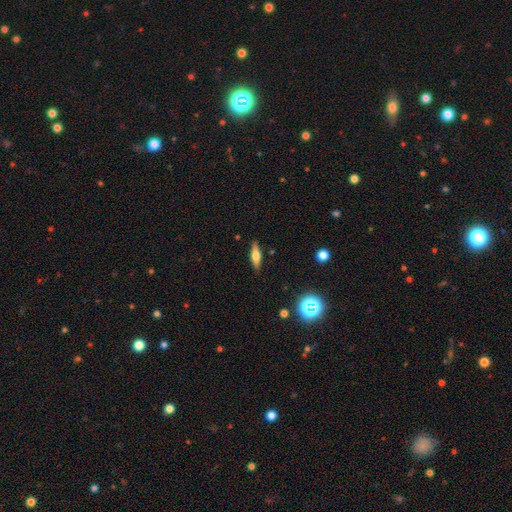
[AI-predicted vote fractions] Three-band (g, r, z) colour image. It shows a smooth galaxy with no disk features (48%). Merging: none (87%).